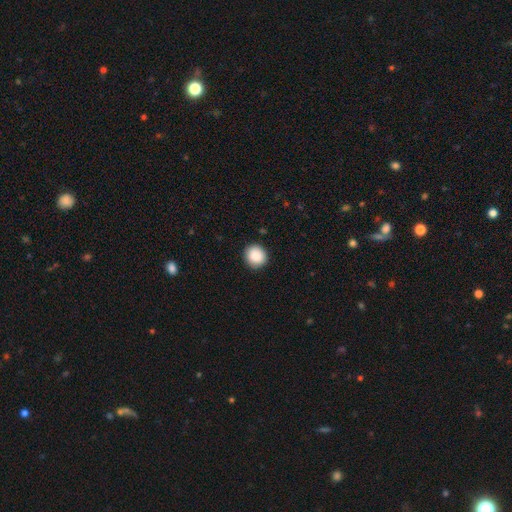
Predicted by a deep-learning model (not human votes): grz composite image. It shows a smooth galaxy with no disk features (89%) that is round (89%). Merging: none (90%).